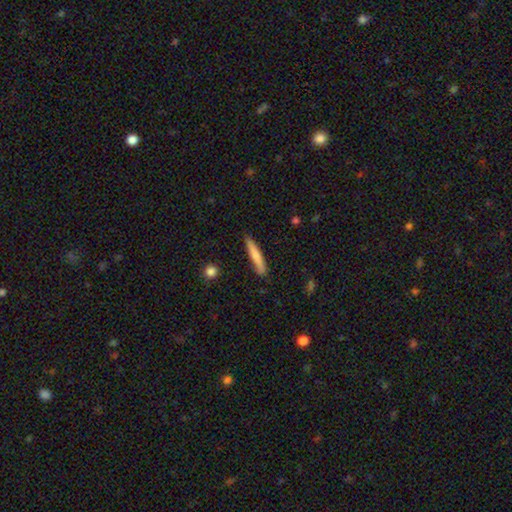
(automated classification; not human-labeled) Smooth or featured? Predicted: smooth (p=0.75). How rounded? Predicted: cigar-shaped (p=0.93). Merging? Predicted: none (p=0.83).